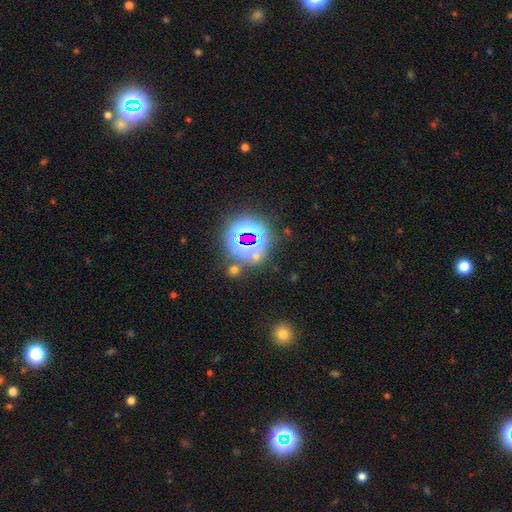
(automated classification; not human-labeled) Q: Smooth or featured?
A: star or artifact (64%); runner-up: smooth (27%)